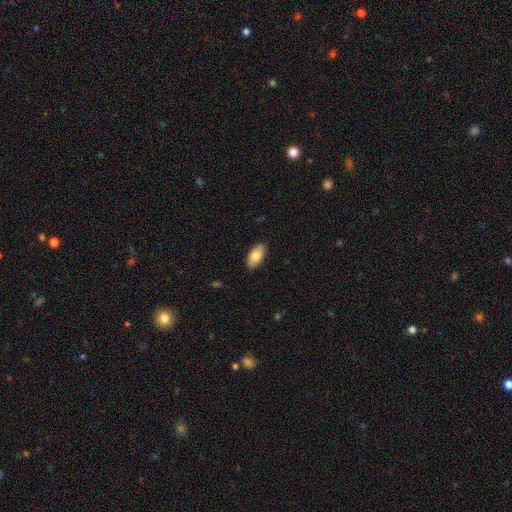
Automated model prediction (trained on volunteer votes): Morphology: type=smooth (84%); roundness=in between (93%); merging=none (89%).